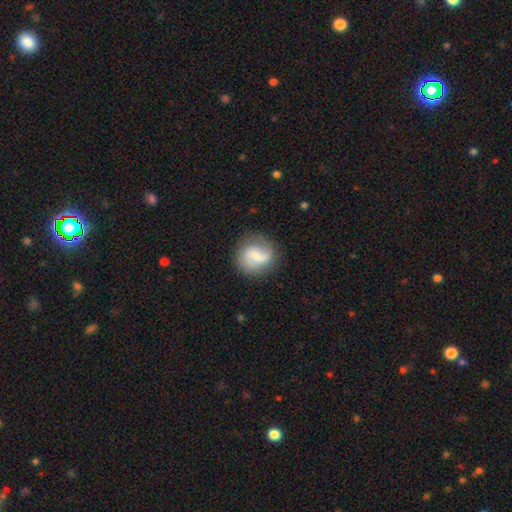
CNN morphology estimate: Overall: featured or disk (66%; smooth 27%). Edge-on disk: no (98%). Bar: weak (51%; no 36%). Spiral arms: yes (91%). Spiral arm count: 2 (80%). Spiral winding: medium (44%; loose 38%). Bulge size: small (58%; moderate 32%). Merging: none (79%).